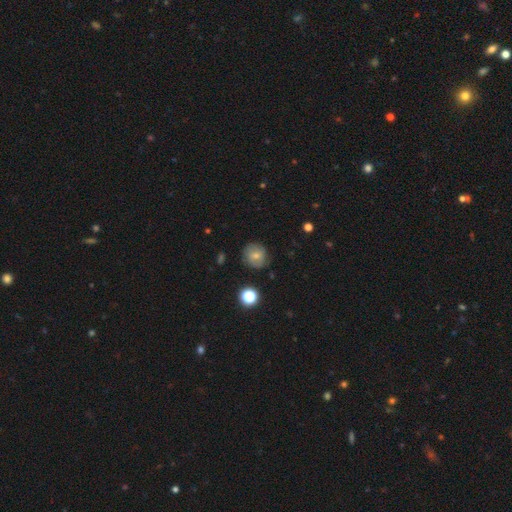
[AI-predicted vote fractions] A smooth galaxy with no disk features (67%) that is round (86%).

Vote fractions:
- Smooth or featured? smooth: 67% / featured or disk: 21% / star or artifact: 12%
- How rounded? round: 86% / in between: 13% / cigar-shaped: 1%
- Merging? none: 82% / minor disturbance: 13% / major disturbance: 4% / merger: 2%